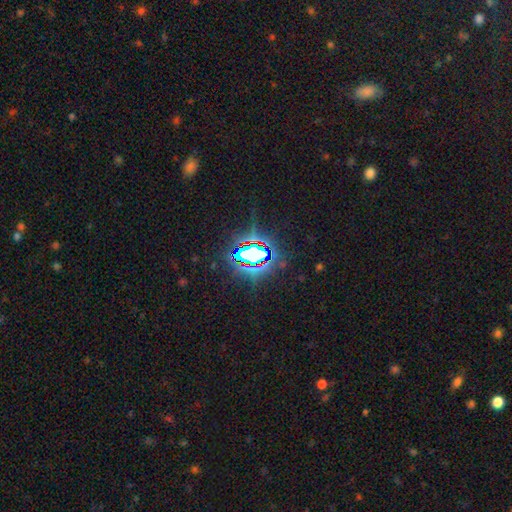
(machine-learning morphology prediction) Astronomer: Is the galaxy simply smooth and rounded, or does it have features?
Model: star or artifact — 76%.